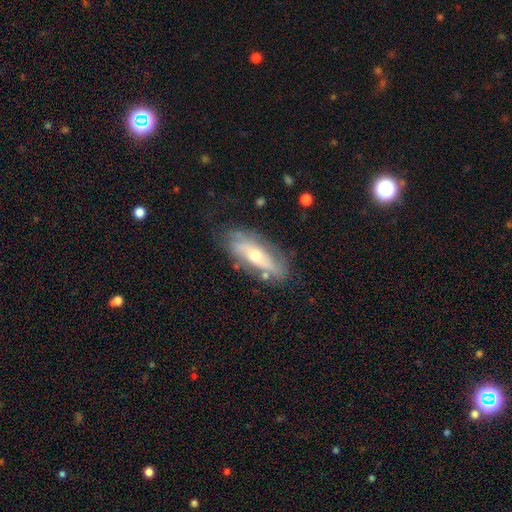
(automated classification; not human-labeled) Q: Smooth or featured?
A: featured or disk (62%); runner-up: smooth (31%)
Q: Edge-on disk?
A: no (69%); runner-up: yes (31%)
Q: Merging?
A: none (70%); runner-up: minor disturbance (20%)